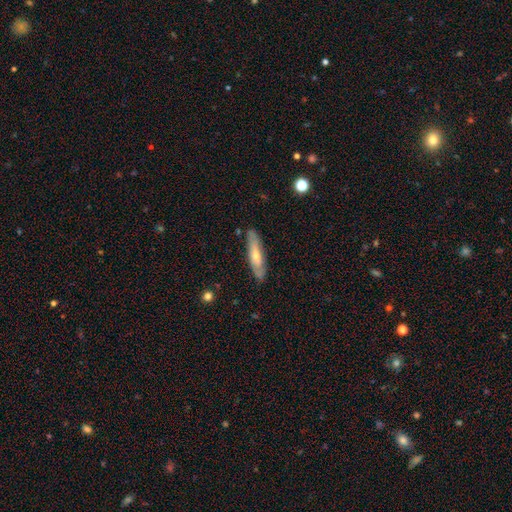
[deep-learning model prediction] Smooth or featured? smooth (51%)
How rounded? cigar-shaped (75%)
Merging? none (80%)